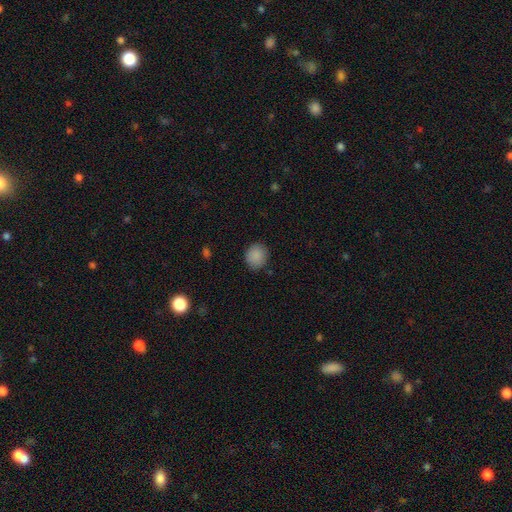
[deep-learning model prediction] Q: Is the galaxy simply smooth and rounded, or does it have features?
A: smooth — 87%.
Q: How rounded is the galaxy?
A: round — 78%.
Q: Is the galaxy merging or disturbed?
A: none — 87%.